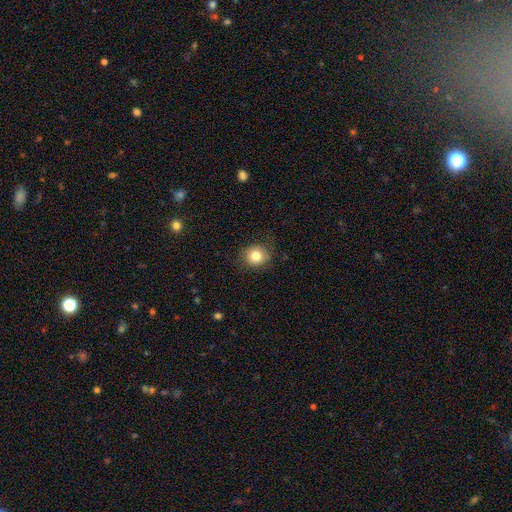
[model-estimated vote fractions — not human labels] smooth 80%, star or artifact 10%, featured or disk 10%. Down the decision tree: how rounded — round (80%); merging — none (80%).